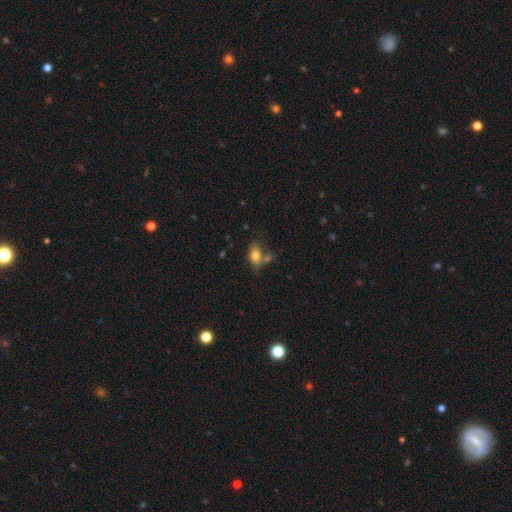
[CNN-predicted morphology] Smooth or featured? smooth (78%)
How rounded? in between (86%)
Merging? none (46%)